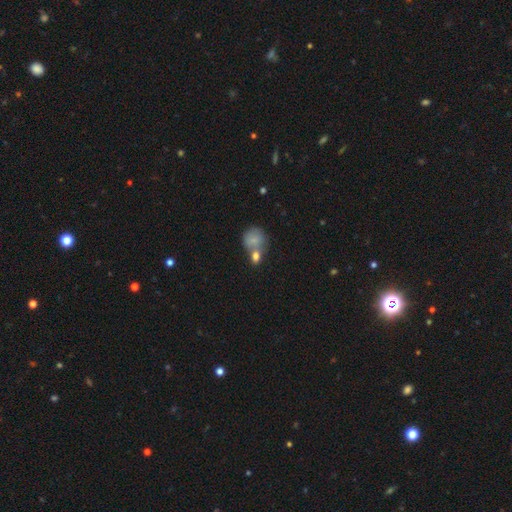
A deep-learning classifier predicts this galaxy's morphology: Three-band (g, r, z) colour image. It shows a smooth galaxy with no disk features (79%) that is round (67%). Merging: merger (48%).